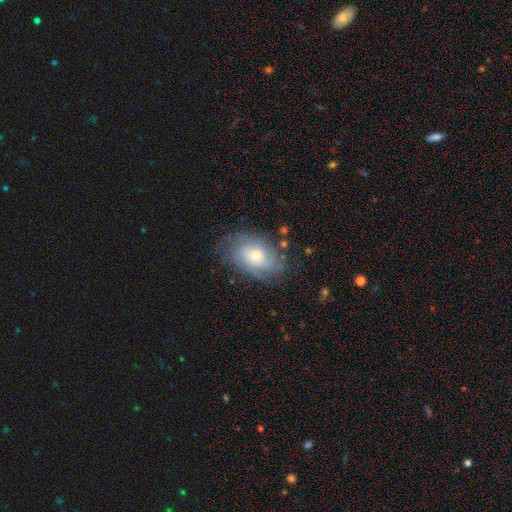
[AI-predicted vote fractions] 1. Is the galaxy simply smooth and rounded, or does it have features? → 61% featured or disk, 30% smooth, 9% star or artifact.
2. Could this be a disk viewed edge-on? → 94% no, 6% yes.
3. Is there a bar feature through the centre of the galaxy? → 78% no, 19% weak, 3% strong.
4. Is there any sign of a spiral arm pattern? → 80% yes, 20% no.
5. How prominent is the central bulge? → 52% small, 43% moderate, 3% large, 1% none, 1% dominant.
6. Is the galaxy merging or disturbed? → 72% none, 18% minor disturbance, 8% major disturbance, 2% merger.